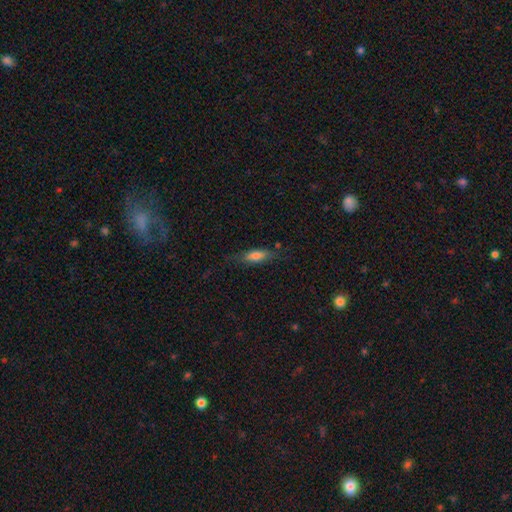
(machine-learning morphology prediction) The model was most divided on "how rounded": in between: 59%, cigar-shaped: 39%, round: 3%. More confident: smooth or featured — smooth (70%); merging — none (68%).